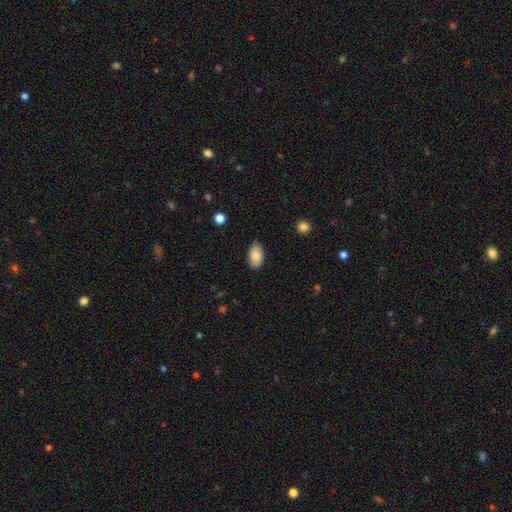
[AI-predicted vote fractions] Overall: smooth (84%). How rounded: in between (94%). Merging: none (81%).